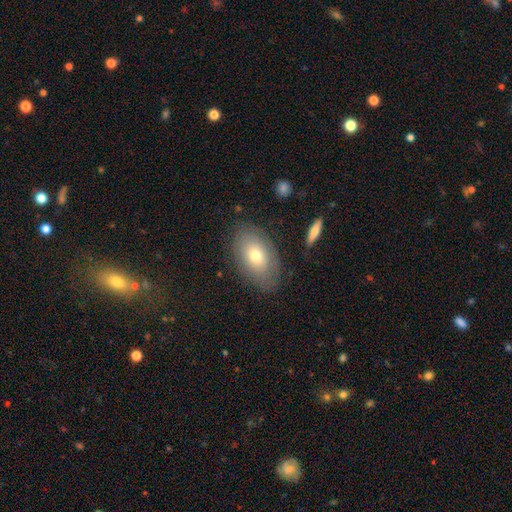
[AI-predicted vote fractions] This appears to be a smooth galaxy with no disk features (66%) that is in between round and cigar-shaped (91%). Merging: none (81%).